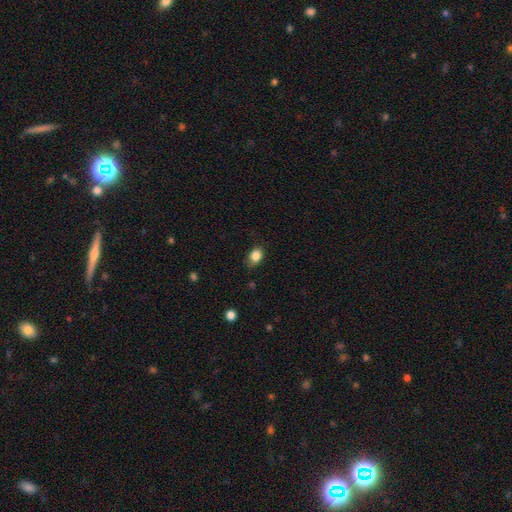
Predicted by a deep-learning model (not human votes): A smooth galaxy with no disk features (86%) that is in between round and cigar-shaped (68%).

Vote fractions:
- Smooth or featured? smooth: 86% / star or artifact: 9% / featured or disk: 5%
- How rounded? in between: 68% / round: 30% / cigar-shaped: 1%
- Merging? none: 77% / minor disturbance: 19% / major disturbance: 4% / merger: 1%